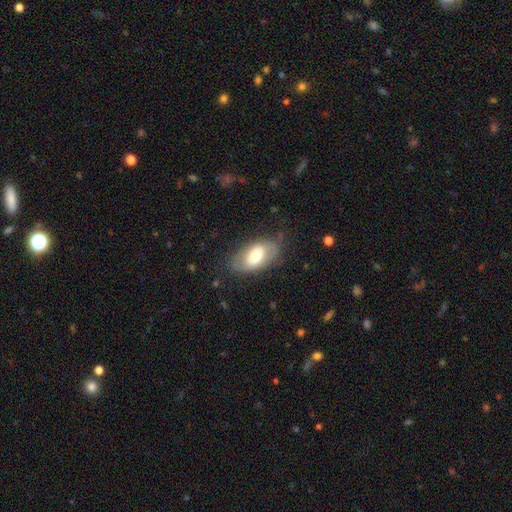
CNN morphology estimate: Q: Smooth or featured?
A: smooth (56%); runner-up: featured or disk (37%)
Q: How rounded?
A: in between (92%); runner-up: round (5%)
Q: Merging?
A: none (69%); runner-up: minor disturbance (21%)